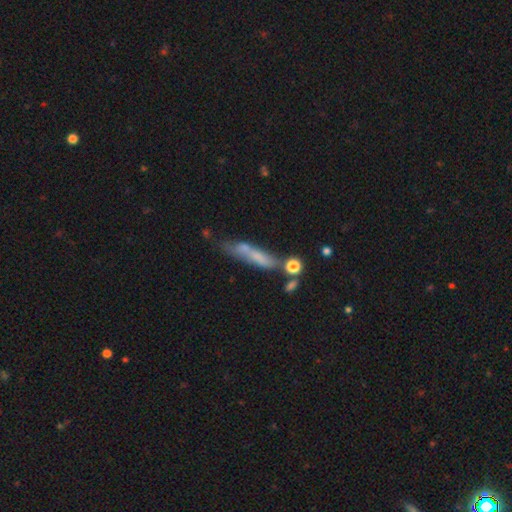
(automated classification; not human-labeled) smooth 54%, featured or disk 34%, star or artifact 12%. Down the decision tree: how rounded — cigar-shaped (80%); merging — none (42%).